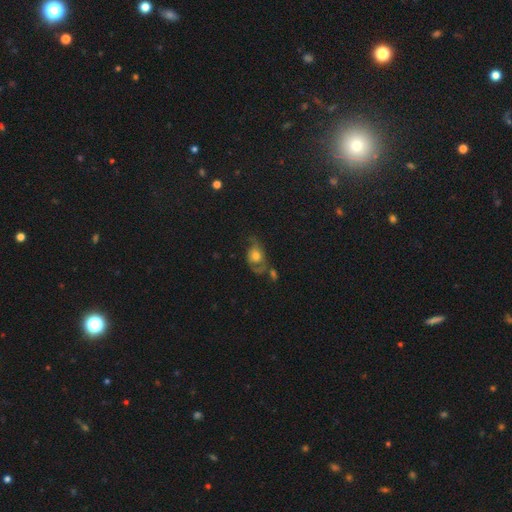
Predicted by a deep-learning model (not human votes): A smooth galaxy with no disk features (46%). Merging: none (35%).